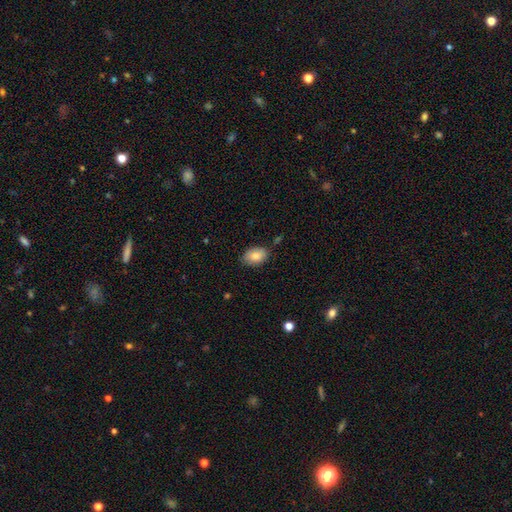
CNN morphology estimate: Smooth or featured? Predicted: smooth (p=0.85). How rounded? Predicted: in between (p=0.87). Merging? Predicted: none (p=0.78).